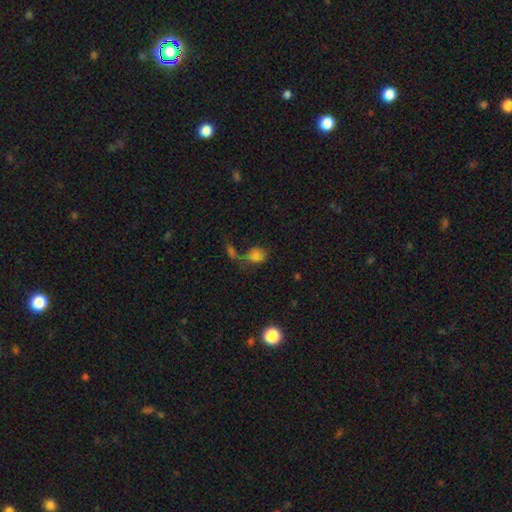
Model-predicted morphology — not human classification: The model was most divided on "how rounded": in between: 50%, round: 48%, cigar-shaped: 2%. Remaining: smooth or featured — smooth (76%); merging — merger (37%).